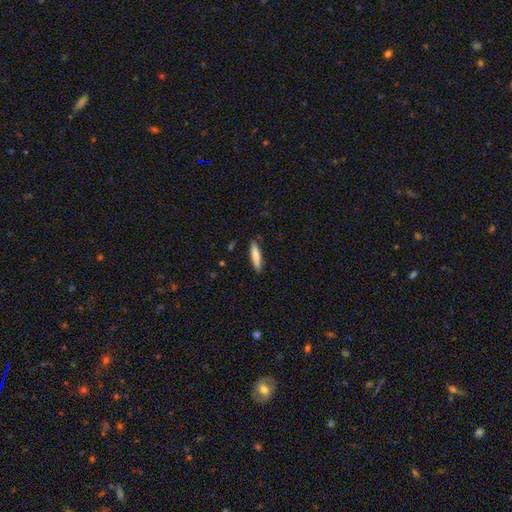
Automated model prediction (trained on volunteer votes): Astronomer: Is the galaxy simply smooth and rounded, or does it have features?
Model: smooth — 80%.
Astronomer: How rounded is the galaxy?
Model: cigar-shaped — 78%.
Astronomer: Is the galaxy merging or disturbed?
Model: none — 85%.